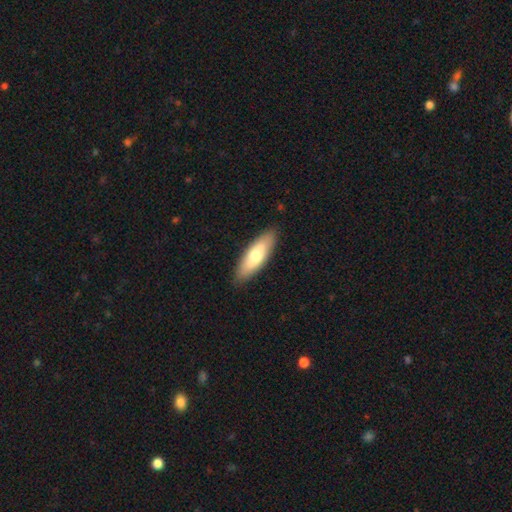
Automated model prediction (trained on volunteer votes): Q: Smooth or featured?
A: smooth (69%); runner-up: featured or disk (26%)
Q: How rounded?
A: in between (52%); runner-up: cigar-shaped (46%)
Q: Merging?
A: none (89%); runner-up: minor disturbance (9%)